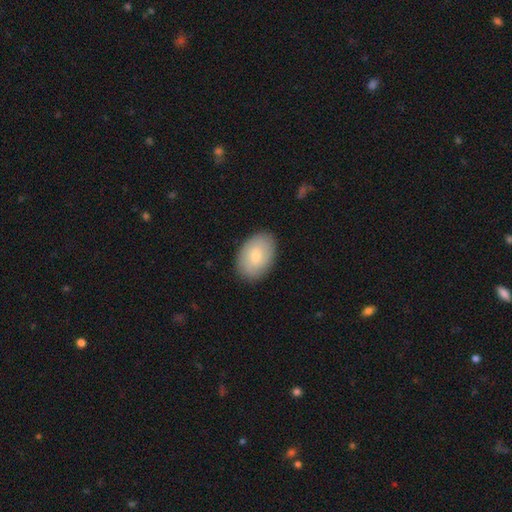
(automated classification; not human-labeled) This is likely a smooth galaxy (74%). How rounded: clearly in between (87%). Merging: clearly none (87%).